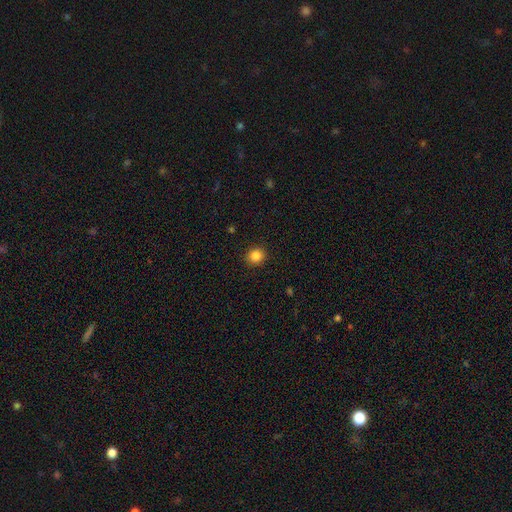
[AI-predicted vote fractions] Overall: smooth (85%). How rounded: round (81%). Merging: none (91%).